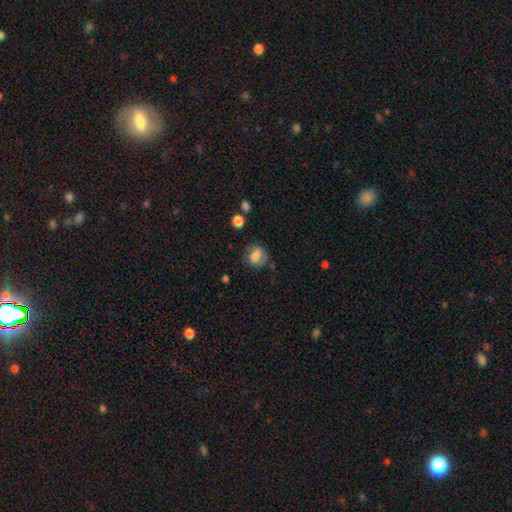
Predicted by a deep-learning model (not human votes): Smooth or featured: smooth — 64% (featured or disk — 27%)
How rounded: in between — 55% (round — 42%)
Merging: none — 61% (minor disturbance — 23%)